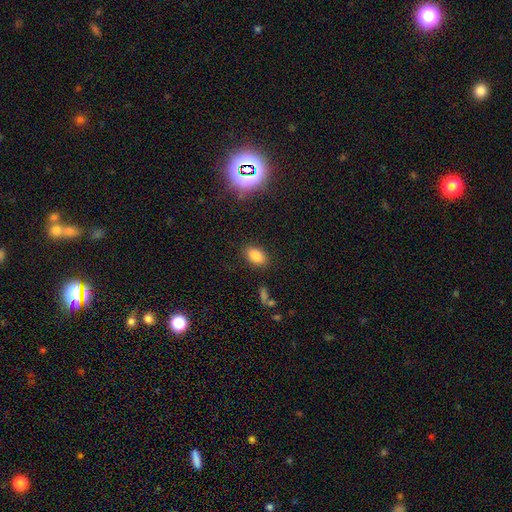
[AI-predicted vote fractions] Smooth or featured? Predicted: smooth (p=0.83). How rounded? Predicted: in between (p=0.88). Merging? Predicted: none (p=0.84).